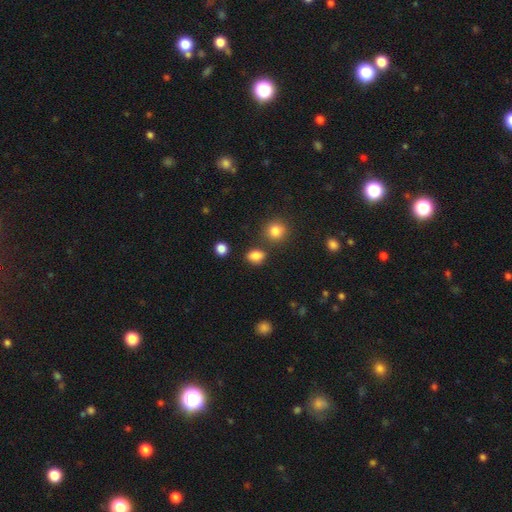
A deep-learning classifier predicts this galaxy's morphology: A smooth galaxy with no disk features (84%) that is in between round and cigar-shaped (67%).

Vote fractions:
- Smooth or featured? smooth: 84% / star or artifact: 11% / featured or disk: 5%
- How rounded? in between: 67% / round: 31% / cigar-shaped: 2%
- Merging? none: 78% / minor disturbance: 12% / merger: 7% / major disturbance: 3%